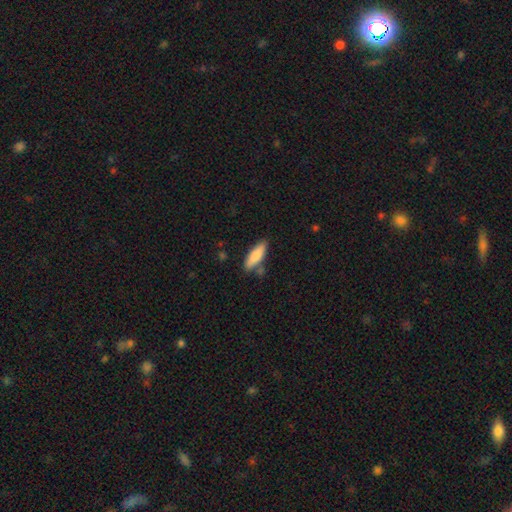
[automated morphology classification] This appears to be a smooth galaxy with no disk features (81%) that is in between round and cigar-shaped (51%). Merging: none (76%).